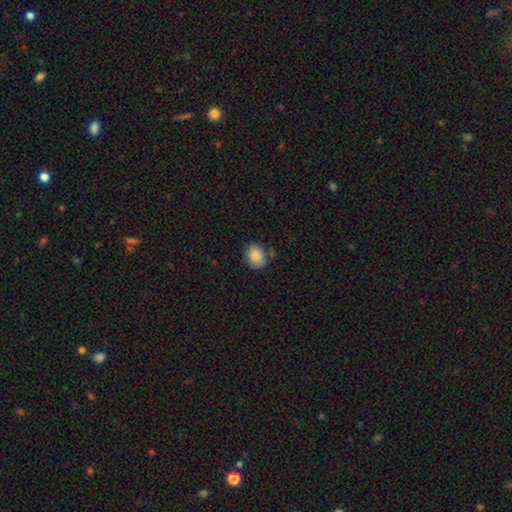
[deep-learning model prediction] The model was most divided on "how rounded": in between: 60%, round: 39%, cigar-shaped: 1%. More confident: smooth or featured — smooth (87%); merging — none (76%).